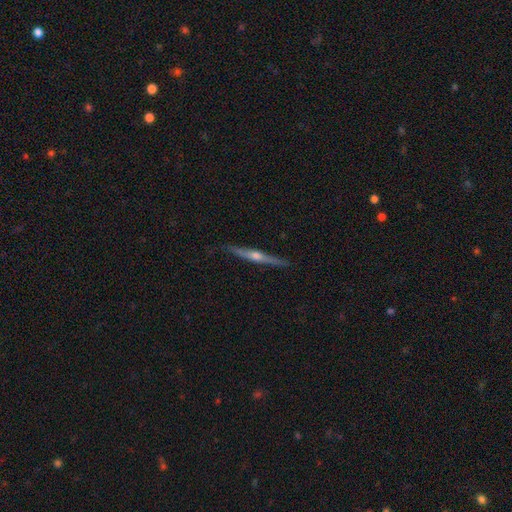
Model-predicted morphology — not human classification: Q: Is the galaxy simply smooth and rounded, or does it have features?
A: featured or disk — 81%.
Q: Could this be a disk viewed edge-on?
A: yes — 98%.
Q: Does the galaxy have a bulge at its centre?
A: rounded — 88%.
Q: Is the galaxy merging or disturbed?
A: none — 90%.